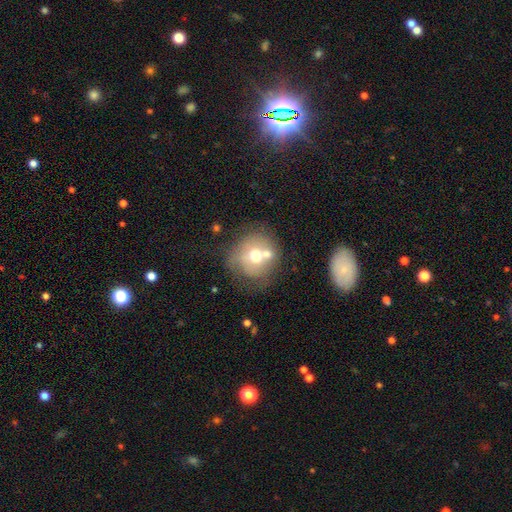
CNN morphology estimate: type=smooth (56%); roundness=round (83%); merging=none (42%).